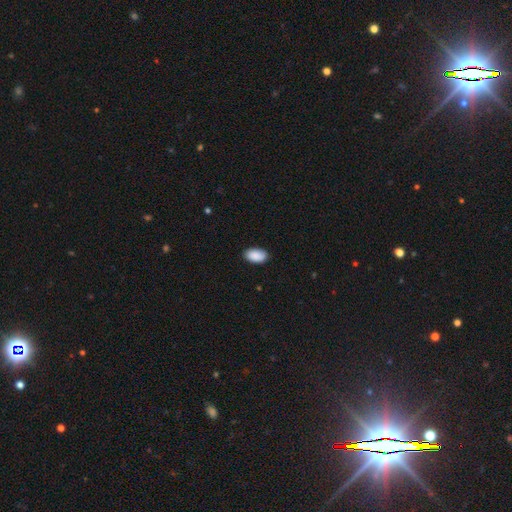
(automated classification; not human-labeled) This appears to be a smooth galaxy with no disk features (90%) that is in between round and cigar-shaped (95%). Merging: none (85%).